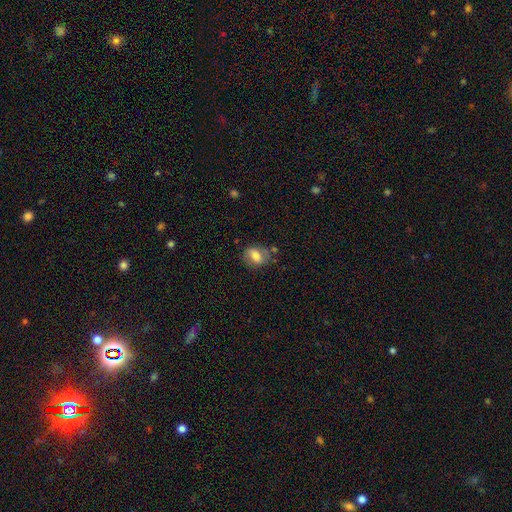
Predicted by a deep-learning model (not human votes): Smooth or featured: smooth — 64% (featured or disk — 28%)
How rounded: in between — 65% (round — 33%)
Merging: none — 65% (minor disturbance — 21%)